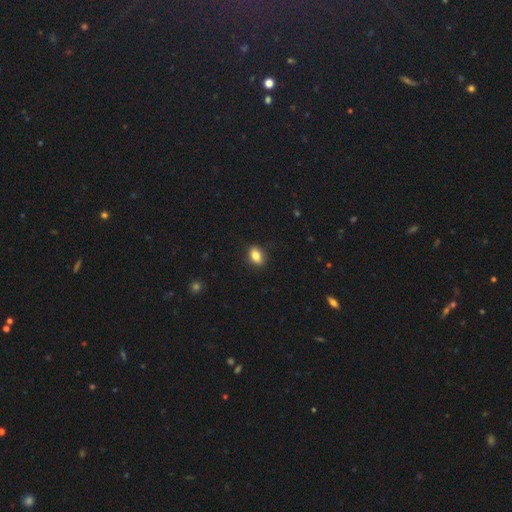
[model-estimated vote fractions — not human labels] smooth_or_featured: smooth (p=0.83) [alt: featured or disk p=0.09]
how_rounded: in between (p=0.81) [alt: round p=0.16]
merging: none (p=0.88) [alt: minor disturbance p=0.09]